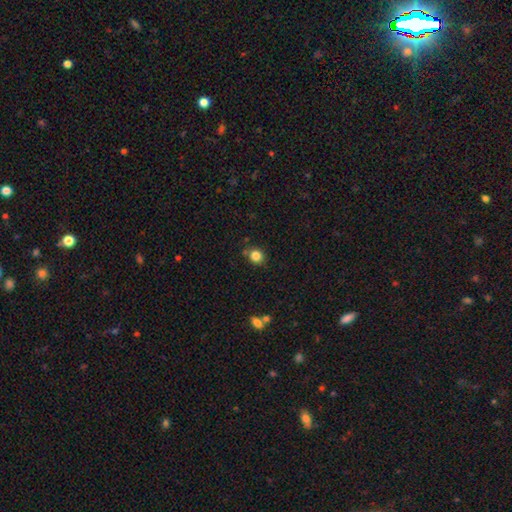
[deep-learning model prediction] A smooth galaxy with no disk features (84%) that is round (85%).

Vote fractions:
- Smooth or featured? smooth: 84% / star or artifact: 11% / featured or disk: 5%
- How rounded? round: 85% / in between: 15% / cigar-shaped: 1%
- Merging? none: 78% / minor disturbance: 11% / merger: 8% / major disturbance: 3%